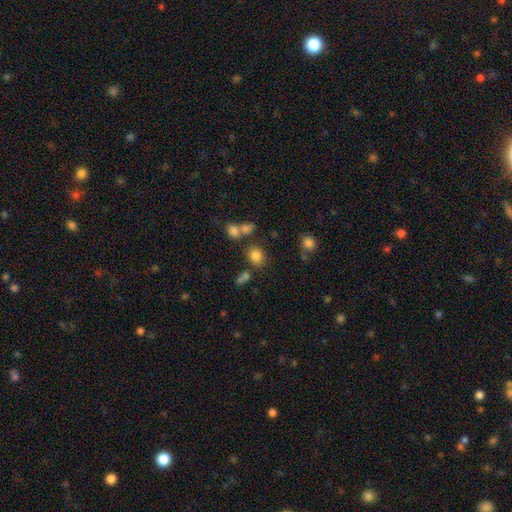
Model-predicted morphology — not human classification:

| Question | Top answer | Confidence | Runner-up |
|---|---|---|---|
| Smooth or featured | smooth | 80% | star or artifact (13%) |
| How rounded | round | 73% | in between (25%) |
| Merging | none | 70% | merger (15%) |